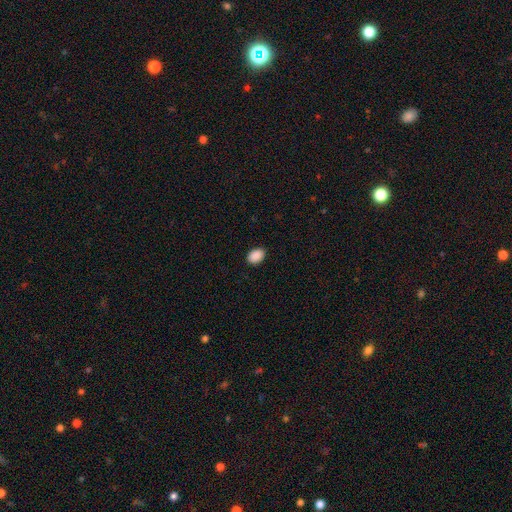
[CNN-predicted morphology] The model was most divided on "how rounded": in between: 81%, round: 18%, cigar-shaped: 1%. More confident: smooth or featured — smooth (90%); merging — none (89%).